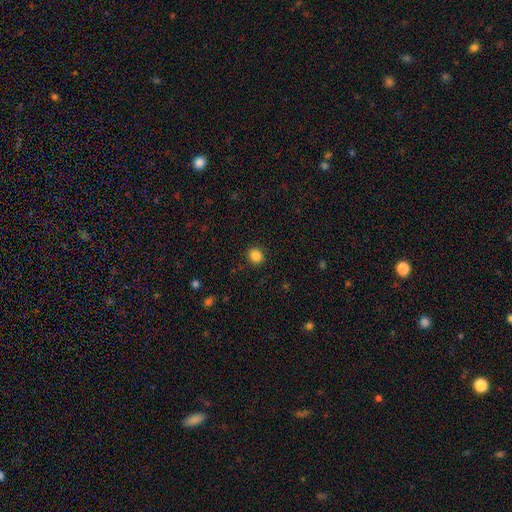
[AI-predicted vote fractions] Overall: smooth (86%). How rounded: round (74%). Merging: none (90%).